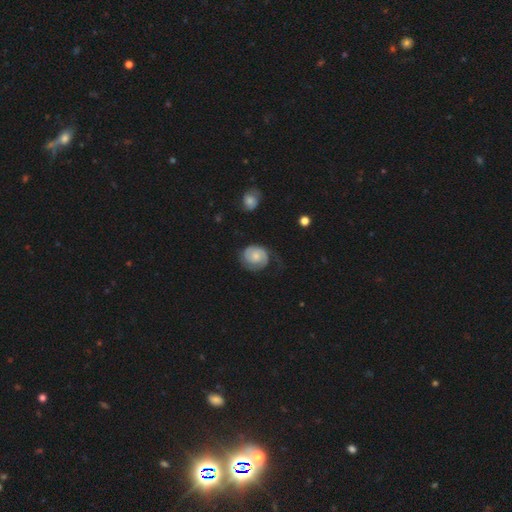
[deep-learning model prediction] This appears to be a featured or disk galaxy (61%) with no bar (71%), 2 (58%) tight (57%) spiral arms (91%) and a small central bulge (52%). Merging: none (59%).